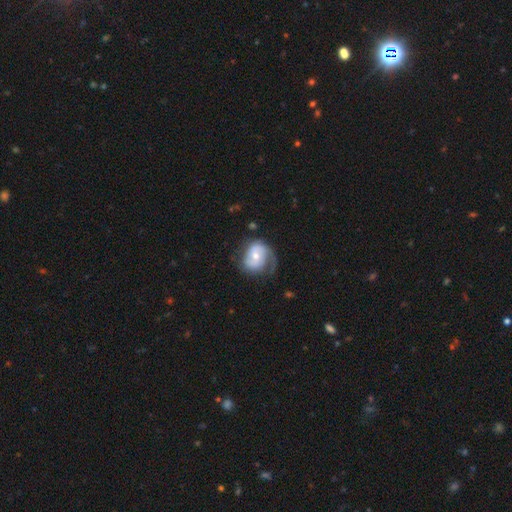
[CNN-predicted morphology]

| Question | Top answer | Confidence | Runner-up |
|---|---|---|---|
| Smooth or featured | featured or disk | 68% | smooth (25%) |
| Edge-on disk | no | 97% | yes (3%) |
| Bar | no | 64% | weak (28%) |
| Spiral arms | yes | 88% | no (12%) |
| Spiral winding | medium | 39% | tight (34%) |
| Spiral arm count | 2 | 47% | 1 (36%) |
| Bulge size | moderate | 51% | small (44%) |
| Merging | none | 49% | minor disturbance (26%) |